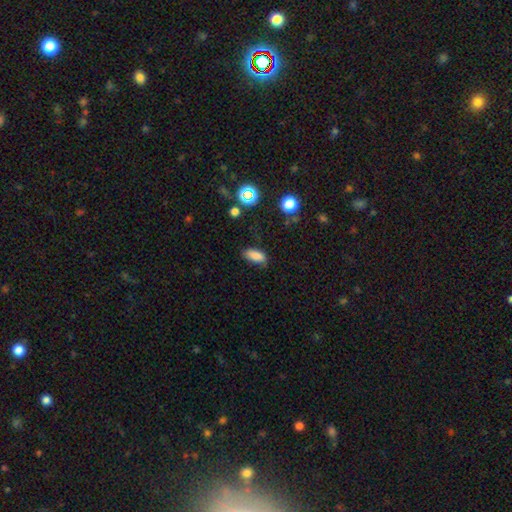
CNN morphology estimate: Q: Smooth or featured?
A: smooth (83%); runner-up: star or artifact (11%)
Q: How rounded?
A: in between (85%); runner-up: cigar-shaped (10%)
Q: Merging?
A: none (77%); runner-up: minor disturbance (17%)